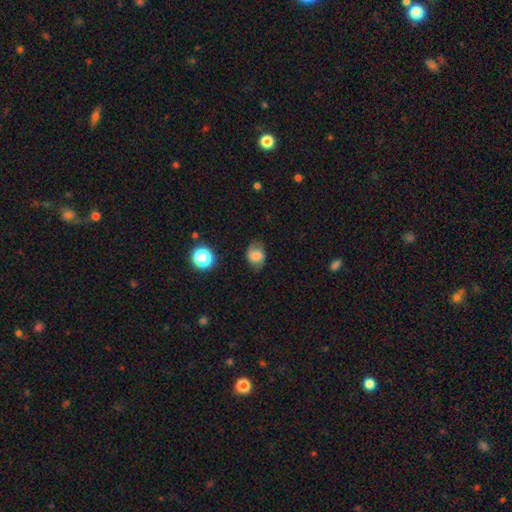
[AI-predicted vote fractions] smooth 69%, featured or disk 19%, star or artifact 12%. Down the decision tree: how rounded — in between (55%); merging — none (66%).